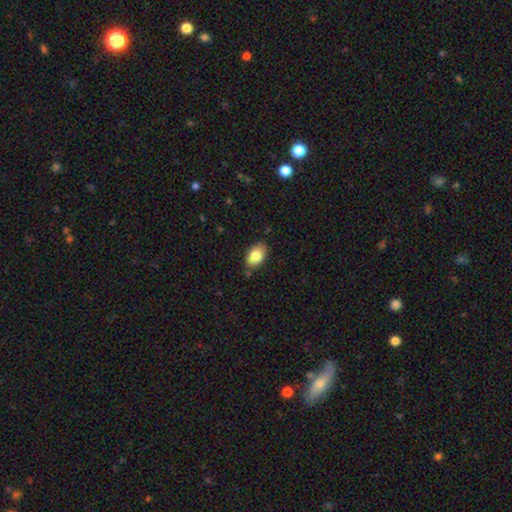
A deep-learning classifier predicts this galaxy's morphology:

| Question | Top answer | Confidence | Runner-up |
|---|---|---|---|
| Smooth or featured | smooth | 81% | featured or disk (11%) |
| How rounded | in between | 87% | round (12%) |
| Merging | none | 84% | minor disturbance (12%) |